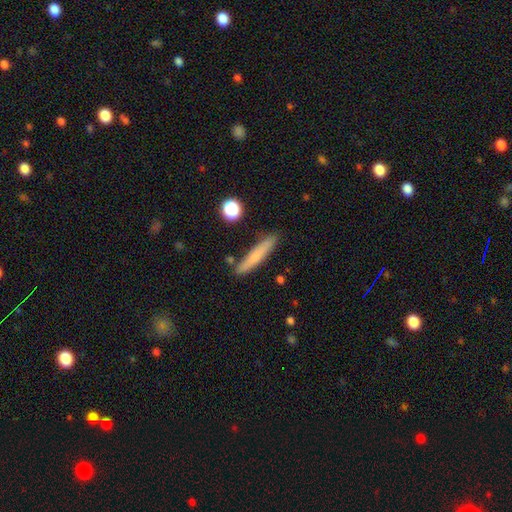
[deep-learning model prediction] This is likely a smooth galaxy (70%). How rounded: clearly cigar-shaped (93%). Merging: clearly none (84%).